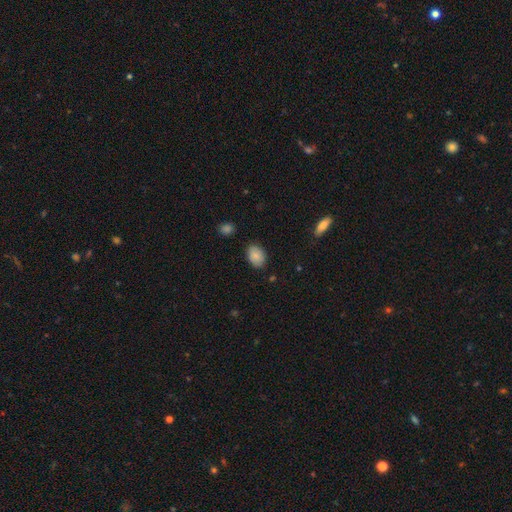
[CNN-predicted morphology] A smooth galaxy with no disk features (86%) that is in between round and cigar-shaped (83%).

Vote fractions:
- Smooth or featured? smooth: 86% / star or artifact: 7% / featured or disk: 7%
- How rounded? in between: 83% / round: 16% / cigar-shaped: 1%
- Merging? none: 84% / minor disturbance: 12% / major disturbance: 3% / merger: 1%